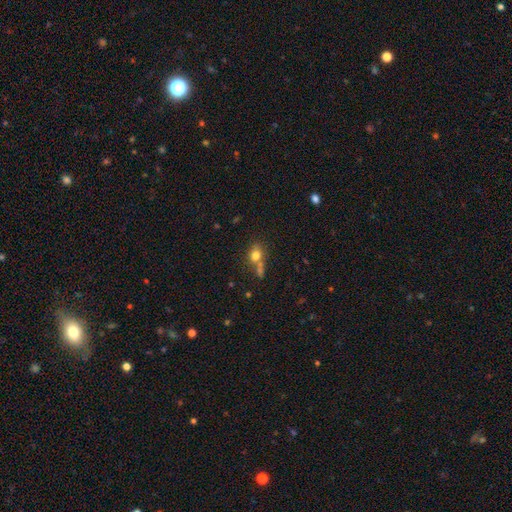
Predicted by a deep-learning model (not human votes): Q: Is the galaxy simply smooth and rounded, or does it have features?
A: smooth — 75%.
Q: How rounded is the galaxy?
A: round — 57%.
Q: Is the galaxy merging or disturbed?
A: none — 45%.